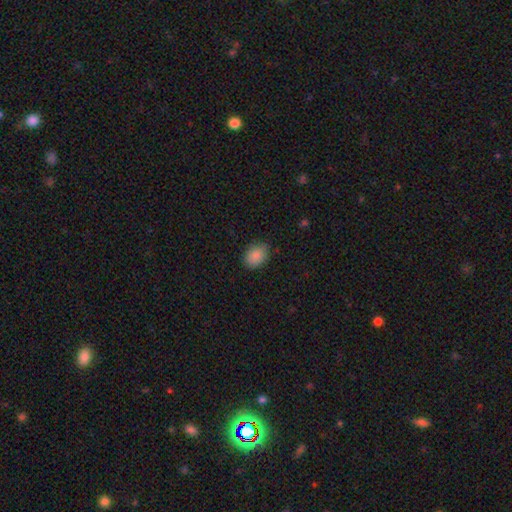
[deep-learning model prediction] Smooth or featured?
  - smooth: 87% *
  - star or artifact: 8%
  - featured or disk: 5%
How rounded?
  - in between: 71% *
  - round: 28%
  - cigar-shaped: 1%
Merging?
  - none: 83% *
  - minor disturbance: 14%
  - major disturbance: 3%
  - merger: 1%